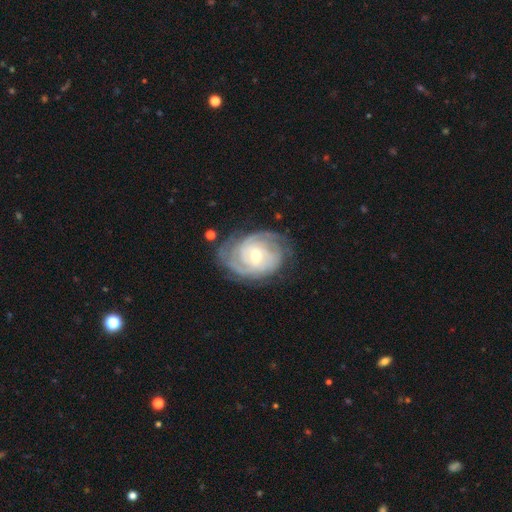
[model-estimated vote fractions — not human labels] Smooth or featured: featured or disk — 87% (smooth — 8%)
Edge-on disk: no — 97% (yes — 3%)
Bar: no — 49% (weak — 41%)
Spiral arms: yes — 96% (no — 4%)
Spiral winding: tight — 74% (medium — 22%)
Spiral arm count: can't tell — 31% (3 — 24%)
Bulge size: moderate — 56% (small — 40%)
Merging: none — 72% (minor disturbance — 19%)